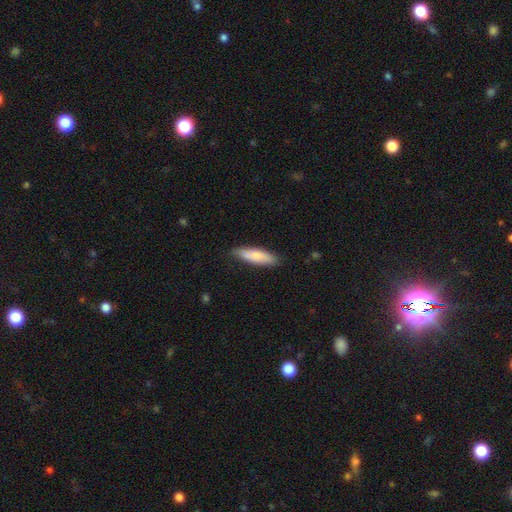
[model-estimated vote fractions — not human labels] Smooth or featured? Predicted: smooth (p=0.78). How rounded? Predicted: cigar-shaped (p=0.58). Merging? Predicted: none (p=0.81).